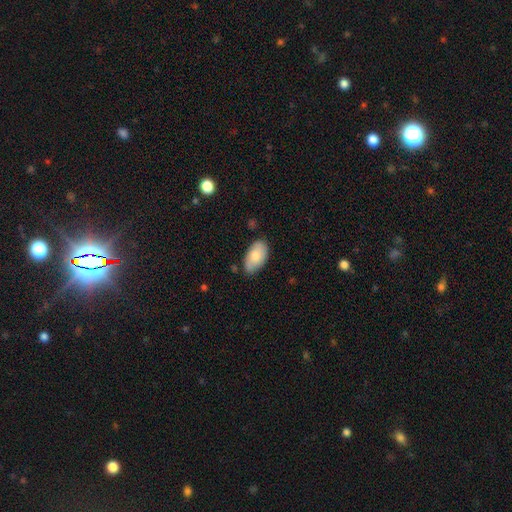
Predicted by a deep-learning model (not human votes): This appears to be a smooth galaxy with no disk features (77%) that is in between round and cigar-shaped (95%). Merging: none (74%).